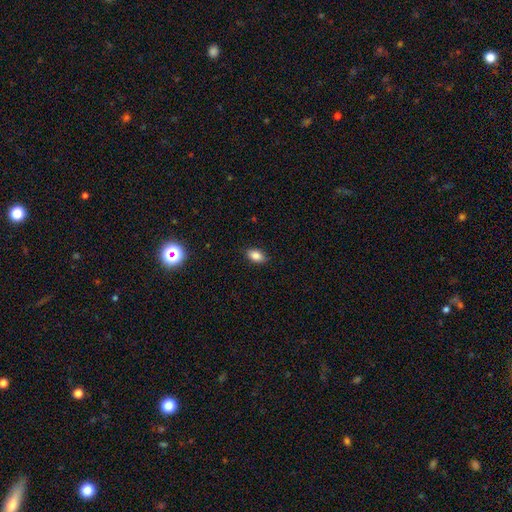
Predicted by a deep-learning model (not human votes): Smooth or featured? smooth (85%)
How rounded? in between (90%)
Merging? none (86%)